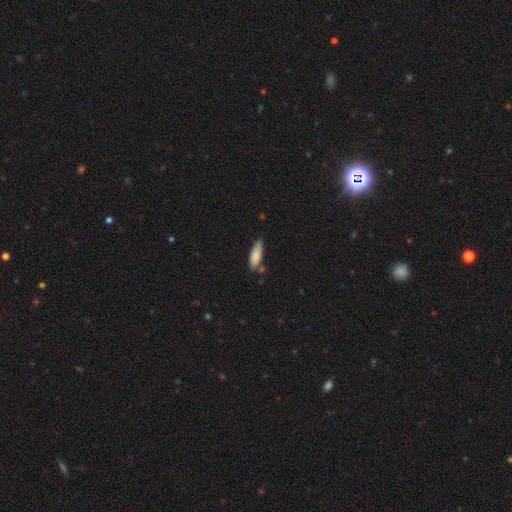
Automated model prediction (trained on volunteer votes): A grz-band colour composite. It shows a smooth galaxy with no disk features (84%) that is in between round and cigar-shaped (57%). Merging: none (64%).